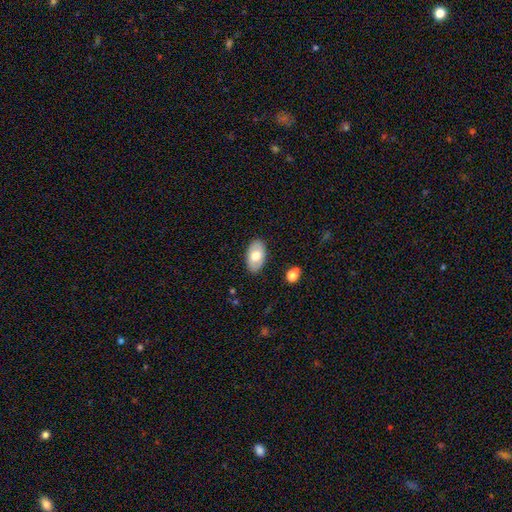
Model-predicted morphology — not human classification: Q: Smooth or featured?
A: smooth (65%); runner-up: featured or disk (29%)
Q: How rounded?
A: in between (93%); runner-up: round (5%)
Q: Merging?
A: none (86%); runner-up: minor disturbance (10%)